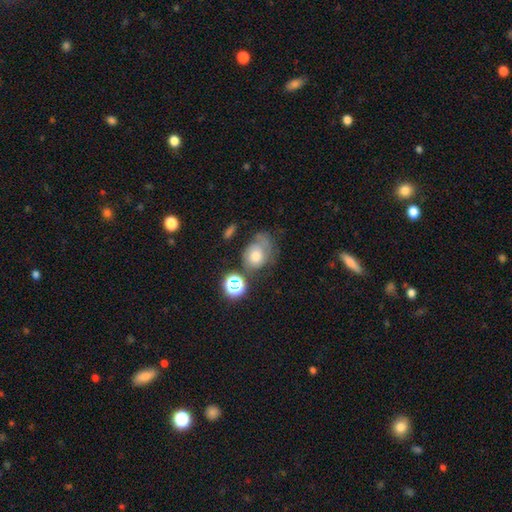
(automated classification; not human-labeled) Morphology: type=smooth (53%); roundness=in between (53%); merging=none (35%).